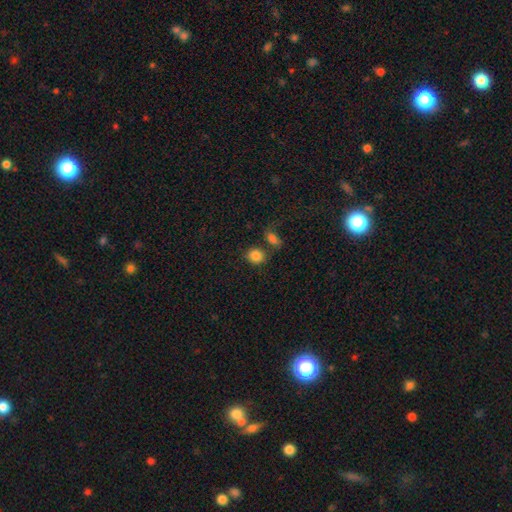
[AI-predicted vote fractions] Morphology: type=smooth (84%); roundness=round (68%); merging=none (66%).